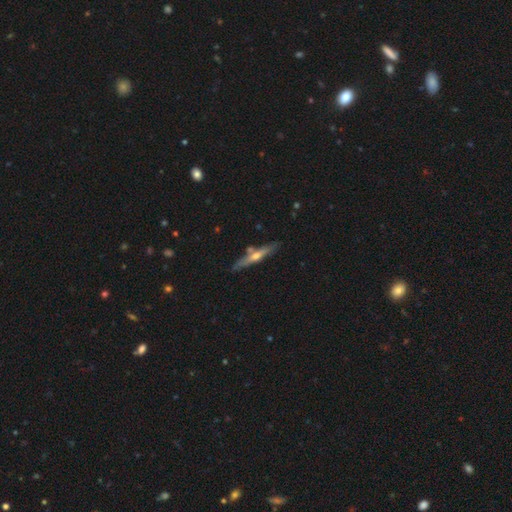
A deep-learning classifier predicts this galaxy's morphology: smooth_or_featured: featured or disk (p=0.62) [alt: smooth p=0.33]
disk_edge_on: yes (p=0.92) [alt: no p=0.08]
edge_on_bulge: rounded (p=0.83) [alt: none p=0.13]
merging: none (p=0.79) [alt: minor disturbance p=0.12]